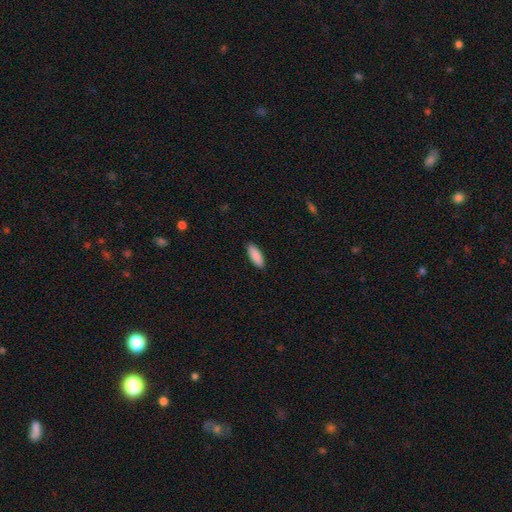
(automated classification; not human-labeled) Morphology: type=smooth (90%); roundness=in between (67%); merging=none (91%).